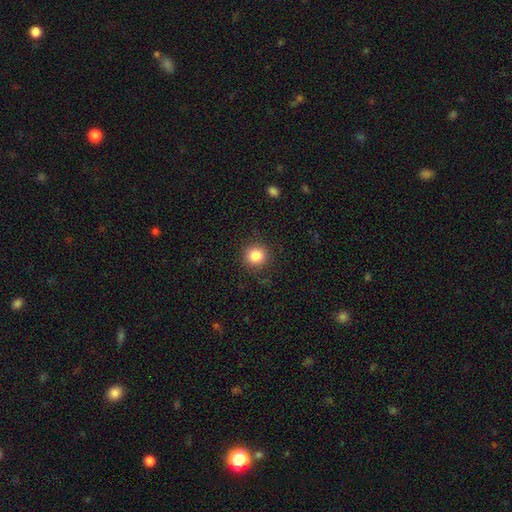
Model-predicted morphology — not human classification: Smooth or featured? smooth (84%)
How rounded? round (92%)
Merging? none (89%)